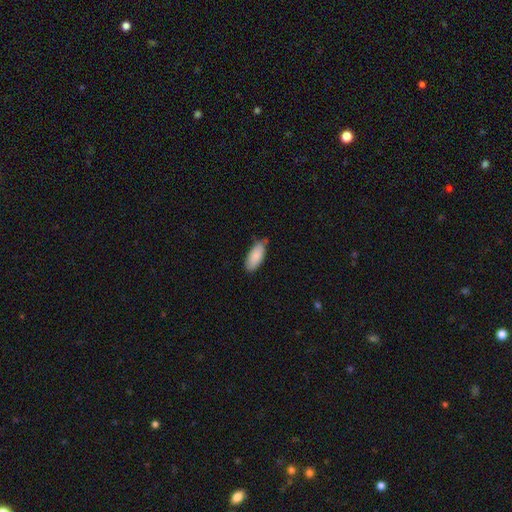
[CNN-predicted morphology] This appears to be a smooth galaxy with no disk features (88%) that is in between round and cigar-shaped (85%). Merging: none (70%).